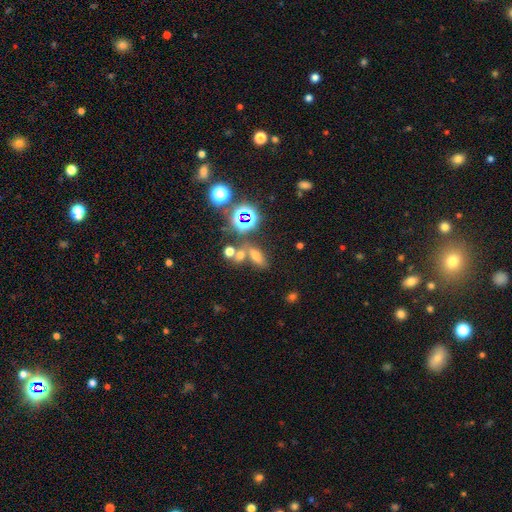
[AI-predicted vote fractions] Q: Smooth or featured?
A: smooth (61%); runner-up: star or artifact (29%)
Q: How rounded?
A: in between (67%); runner-up: cigar-shaped (18%)
Q: Merging?
A: none (52%); runner-up: merger (28%)